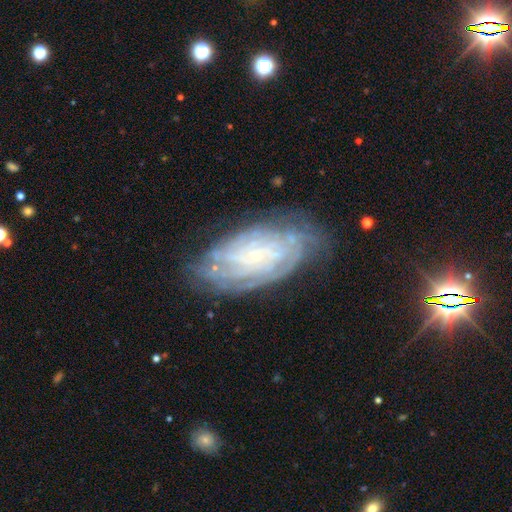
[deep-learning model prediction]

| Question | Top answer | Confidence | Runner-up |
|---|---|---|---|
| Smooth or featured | featured or disk | 80% | smooth (12%) |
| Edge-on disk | no | 94% | yes (6%) |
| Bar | no | 71% | weak (23%) |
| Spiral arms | yes | 93% | no (7%) |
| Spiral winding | tight | 76% | medium (19%) |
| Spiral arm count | can't tell | 44% | 4 (17%) |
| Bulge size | small | 84% | moderate (8%) |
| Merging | none | 70% | minor disturbance (20%) |